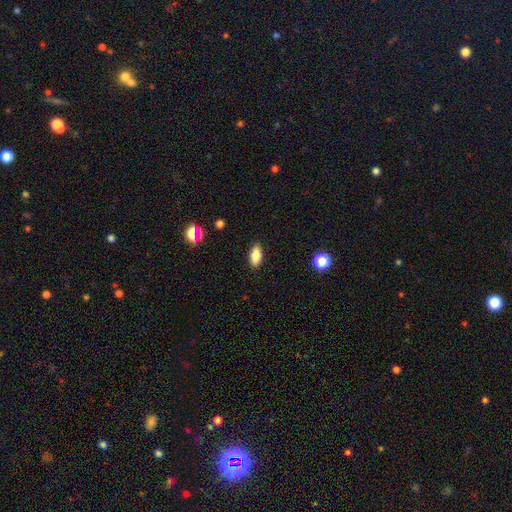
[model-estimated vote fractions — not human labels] smooth-or-featured: smooth: 80% | featured or disk: 11% | star or artifact: 9%
  how-rounded: in between: 87% | cigar-shaped: 9% | round: 4%
  merging: none: 88% | minor disturbance: 9% | major disturbance: 2% | merger: 1%